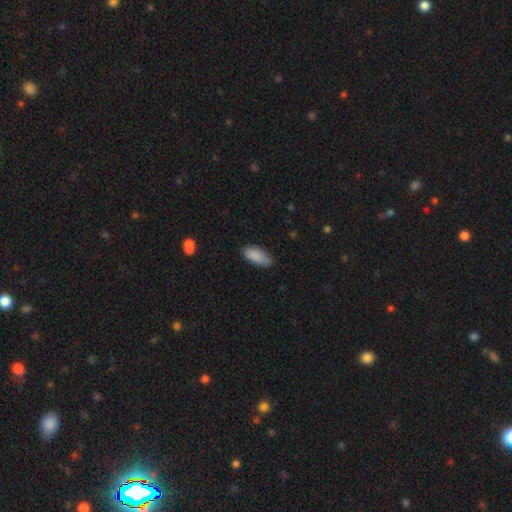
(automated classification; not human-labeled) This appears to be a smooth galaxy with no disk features (87%) that is in between round and cigar-shaped (82%). Merging: none (70%).